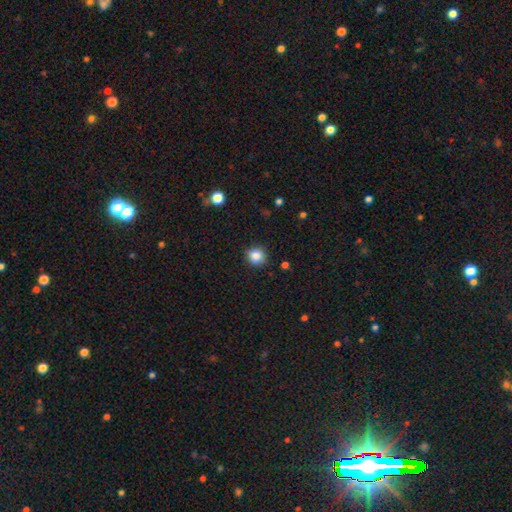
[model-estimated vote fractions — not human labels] smooth 86%, star or artifact 10%, featured or disk 4%. Down the decision tree: how rounded — round (86%); merging — none (88%).